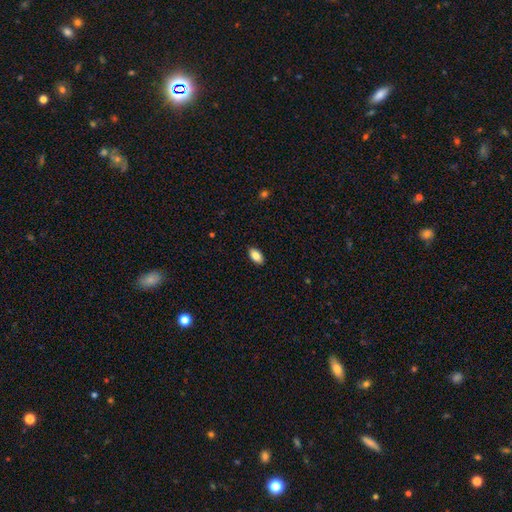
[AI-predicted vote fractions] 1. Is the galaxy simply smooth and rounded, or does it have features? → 86% smooth, 7% star or artifact, 6% featured or disk.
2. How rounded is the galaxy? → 93% in between, 5% round, 3% cigar-shaped.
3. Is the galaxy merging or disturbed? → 89% none, 8% minor disturbance, 2% major disturbance, 1% merger.